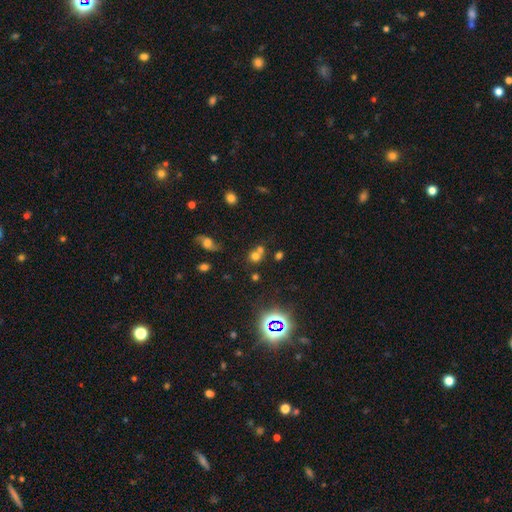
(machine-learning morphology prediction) This appears to be a smooth galaxy with no disk features (61%) that is round (80%). Merging: none (44%).